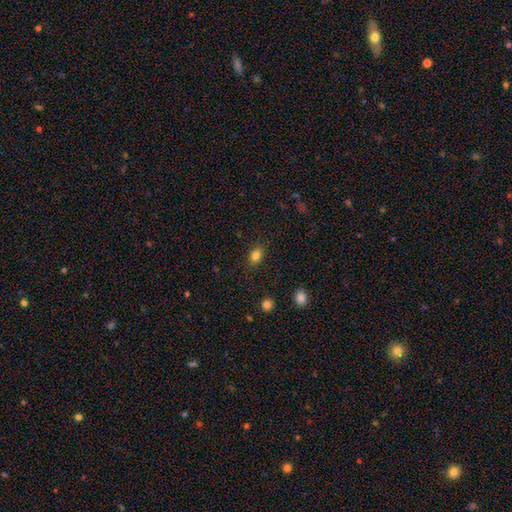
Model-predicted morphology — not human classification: Smooth or featured? smooth (83%)
How rounded? in between (71%)
Merging? none (86%)